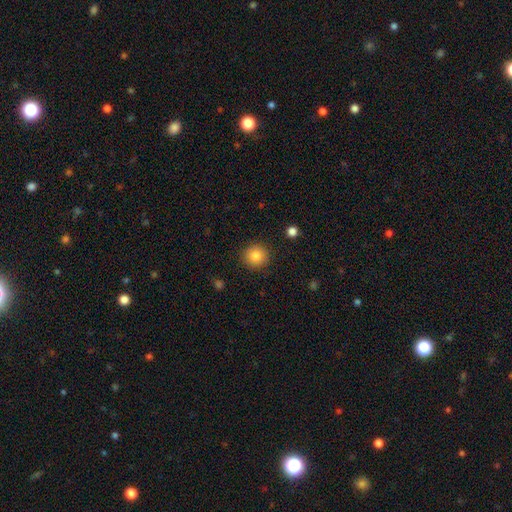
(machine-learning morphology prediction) Smooth or featured? smooth (84%)
How rounded? round (93%)
Merging? none (91%)